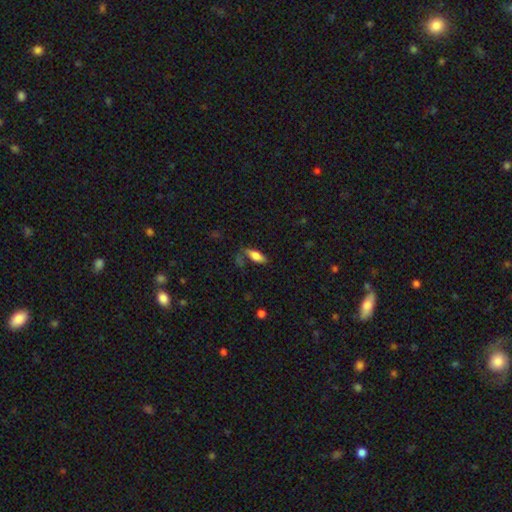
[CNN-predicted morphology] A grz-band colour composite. It shows a smooth galaxy with no disk features (77%) that is in between round and cigar-shaped (72%). Merging: none (67%).